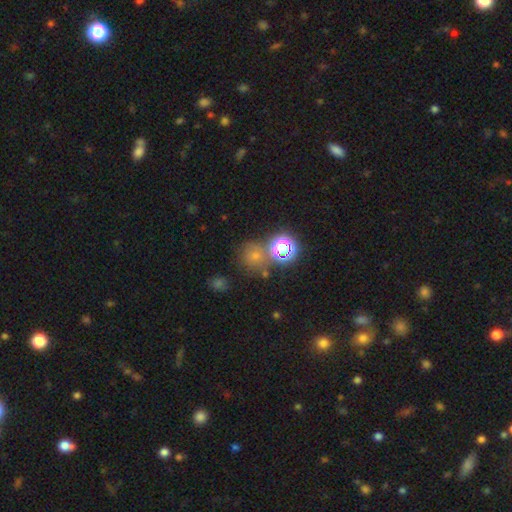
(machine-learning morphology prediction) A smooth galaxy with no disk features (56%) that is round (86%). Merging: none (63%).